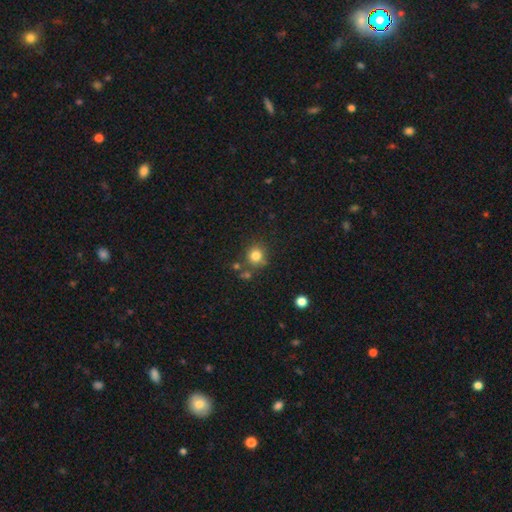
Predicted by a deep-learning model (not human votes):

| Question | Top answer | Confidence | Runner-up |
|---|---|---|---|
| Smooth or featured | smooth | 81% | star or artifact (13%) |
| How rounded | round | 88% | in between (11%) |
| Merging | none | 74% | minor disturbance (12%) |